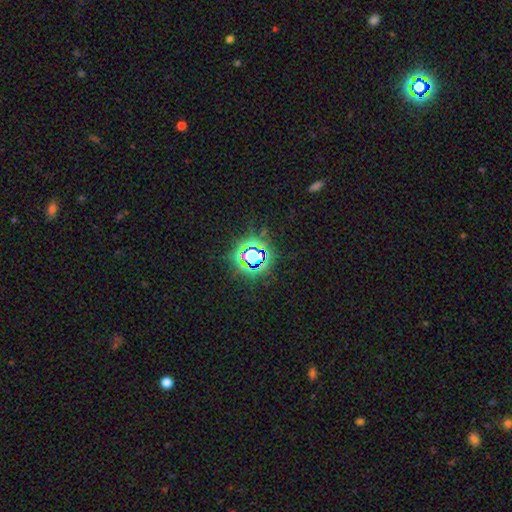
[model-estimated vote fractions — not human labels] Morphology: type=star or artifact (73%).